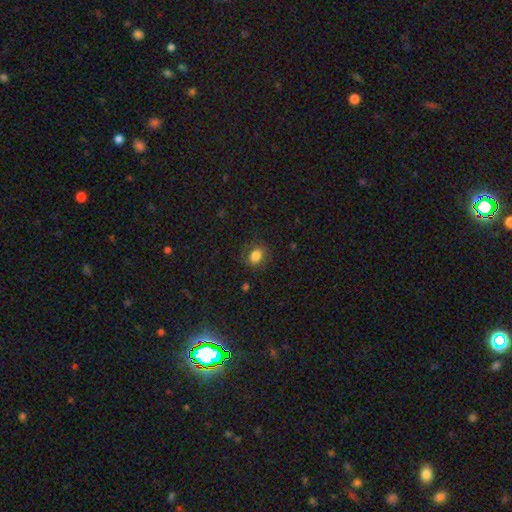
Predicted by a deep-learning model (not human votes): Overall: smooth (80%). How rounded: in between (50%; round 48%). Merging: none (79%).